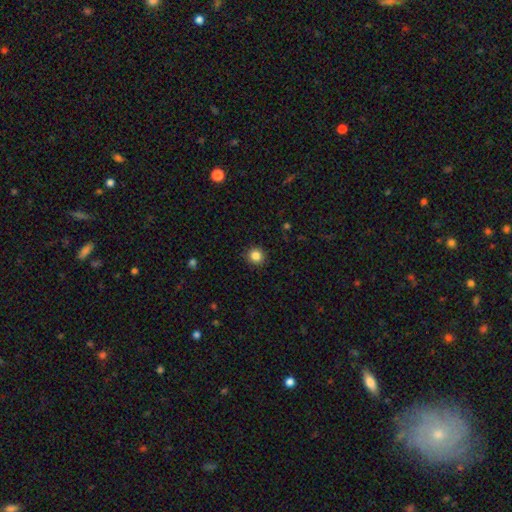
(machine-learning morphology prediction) Smooth or featured? Predicted: smooth (p=0.84). How rounded? Predicted: round (p=0.91). Merging? Predicted: none (p=0.91).